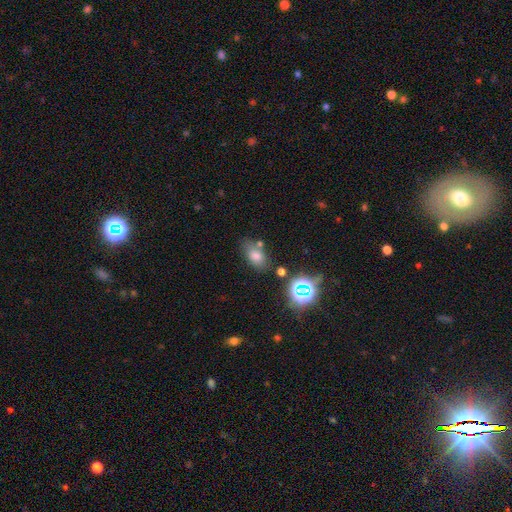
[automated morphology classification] Overall: smooth (71%). How rounded: in between (83%). Merging: none (67%).